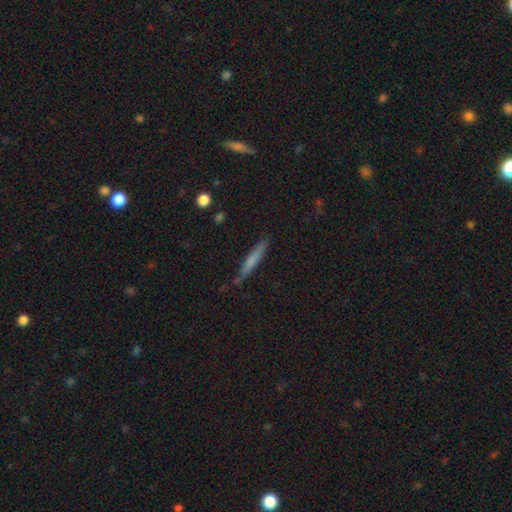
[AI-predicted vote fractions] Morphology: type=smooth (59%); roundness=cigar-shaped (95%); merging=none (84%).